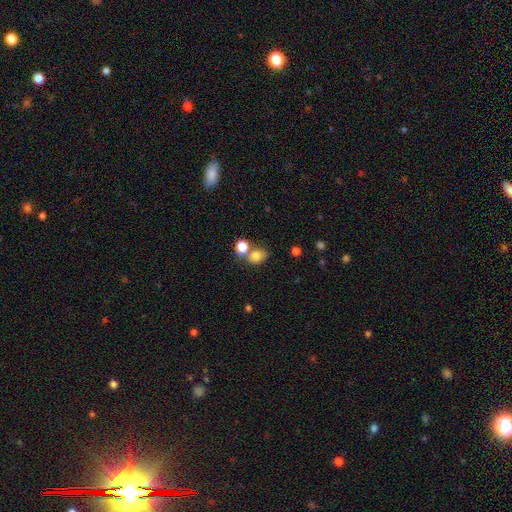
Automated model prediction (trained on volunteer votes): smooth_or_featured: smooth (p=0.79) [alt: star or artifact p=0.13]
how_rounded: in between (p=0.53) [alt: round p=0.46]
merging: none (p=0.51) [alt: merger p=0.31]